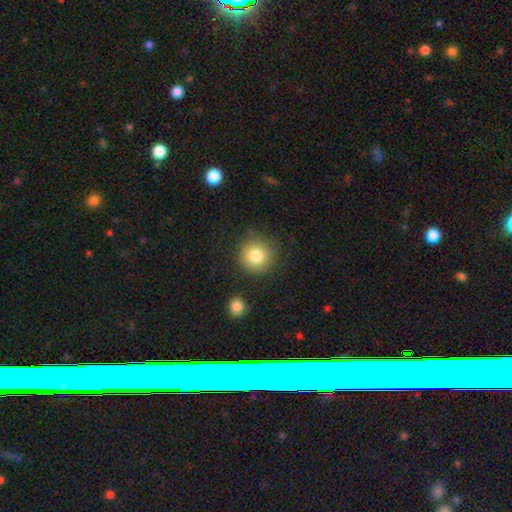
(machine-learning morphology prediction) Smooth or featured? smooth (82%)
How rounded? round (94%)
Merging? none (86%)